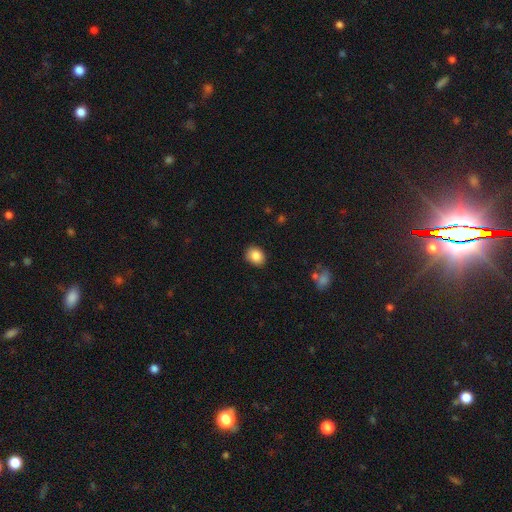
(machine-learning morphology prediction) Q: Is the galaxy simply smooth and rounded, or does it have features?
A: smooth — 86%.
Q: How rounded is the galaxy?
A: in between — 59%.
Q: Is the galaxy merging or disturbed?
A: none — 87%.